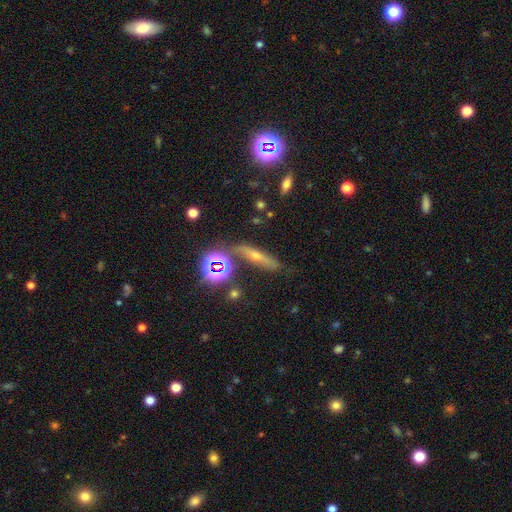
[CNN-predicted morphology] This appears to be a featured or disk galaxy (40%). Merging: none (73%).